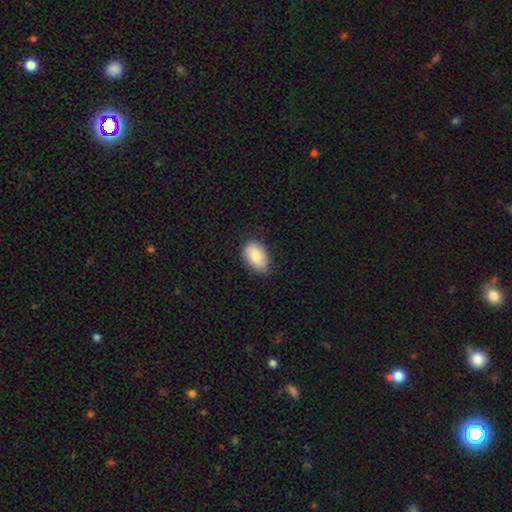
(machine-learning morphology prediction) Smooth or featured? Predicted: smooth (p=0.82). How rounded? Predicted: in between (p=0.92). Merging? Predicted: none (p=0.78).